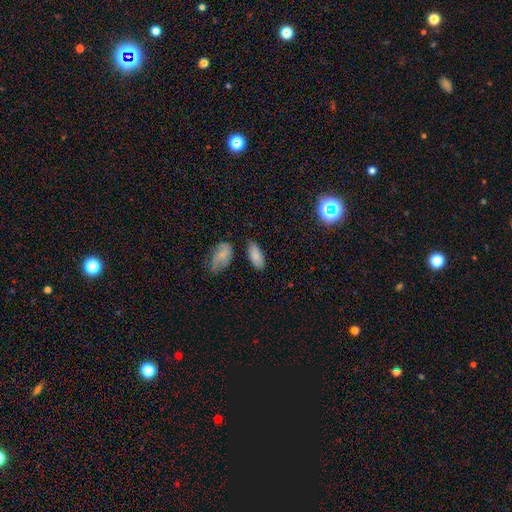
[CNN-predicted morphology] The model was most divided on "merging": none: 75%, minor disturbance: 16%, merger: 6%, major disturbance: 4%. More confident: how rounded — in between (91%); smooth or featured — smooth (84%).